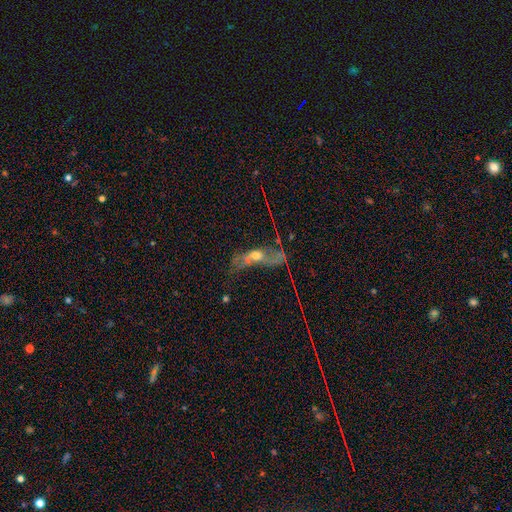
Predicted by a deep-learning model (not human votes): Smooth or featured?
  - featured or disk: 54% *
  - smooth: 31%
  - star or artifact: 15%
Edge-on disk?
  - no: 77% *
  - yes: 23%
Merging?
  - major disturbance: 38% *
  - none: 28%
  - minor disturbance: 18%
  - merger: 16%